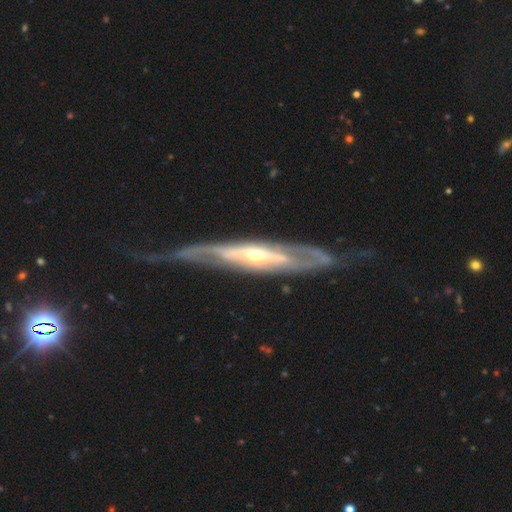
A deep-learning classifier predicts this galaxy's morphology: Q: Smooth or featured?
A: featured or disk (86%); runner-up: smooth (9%)
Q: Edge-on disk?
A: no (62%); runner-up: yes (38%)
Q: Bar?
A: no (45%); runner-up: weak (29%)
Q: Spiral arms?
A: yes (85%); runner-up: no (15%)
Q: Bulge size?
A: moderate (48%); runner-up: small (46%)
Q: Merging?
A: none (53%); runner-up: minor disturbance (23%)